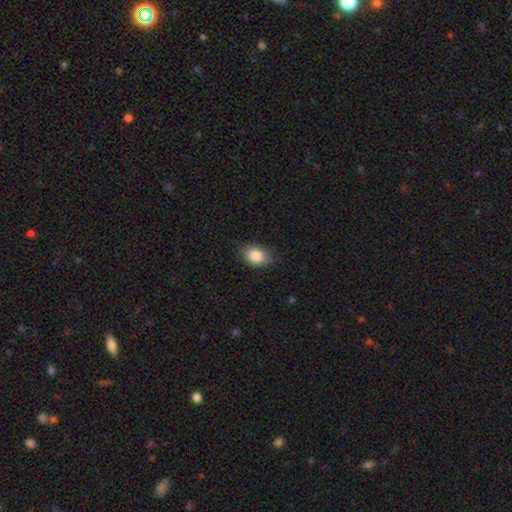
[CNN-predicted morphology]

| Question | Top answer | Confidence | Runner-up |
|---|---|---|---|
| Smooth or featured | smooth | 85% | star or artifact (8%) |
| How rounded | in between | 79% | round (20%) |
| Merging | none | 78% | minor disturbance (18%) |